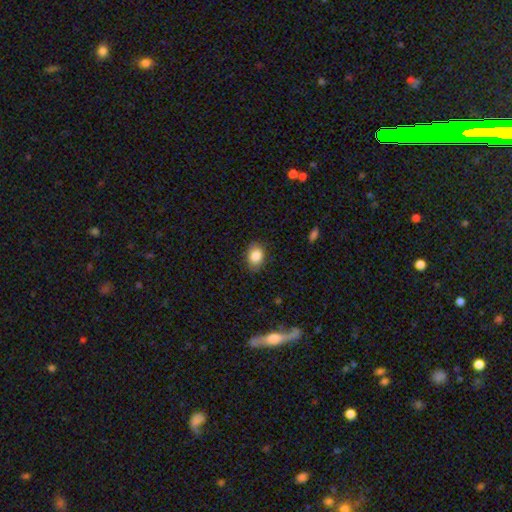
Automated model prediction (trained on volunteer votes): smooth 86%, star or artifact 9%, featured or disk 5%. Down the decision tree: how rounded — in between (68%); merging — none (83%).